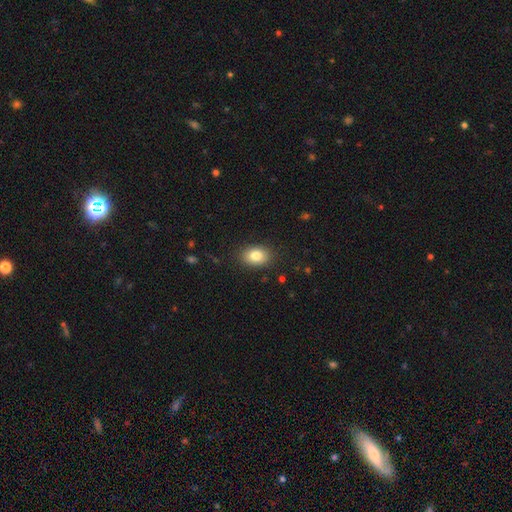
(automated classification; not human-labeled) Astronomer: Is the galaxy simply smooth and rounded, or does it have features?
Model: smooth — 83%.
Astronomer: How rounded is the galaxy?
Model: in between — 77%.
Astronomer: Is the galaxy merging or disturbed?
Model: none — 87%.